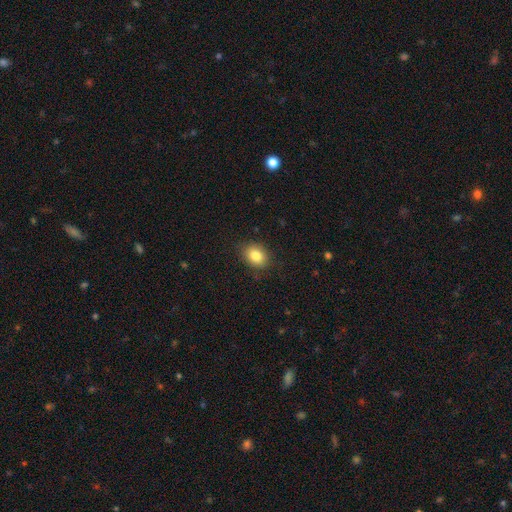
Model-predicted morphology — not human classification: Smooth or featured?
  - smooth: 84% *
  - star or artifact: 9%
  - featured or disk: 7%
How rounded?
  - in between: 61% *
  - round: 38%
  - cigar-shaped: 1%
Merging?
  - none: 85% *
  - minor disturbance: 11%
  - major disturbance: 3%
  - merger: 1%